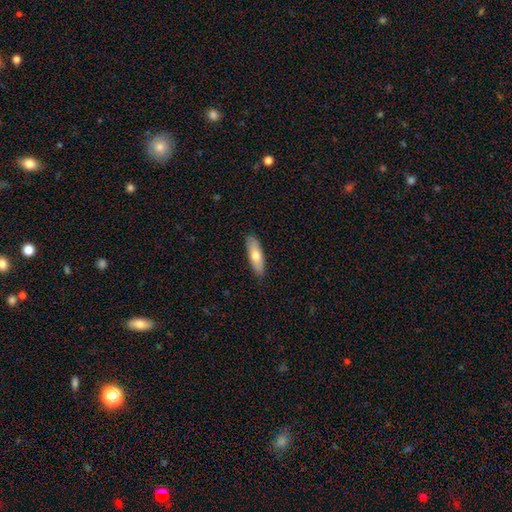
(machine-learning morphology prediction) A smooth galaxy with no disk features (69%) that is in between round and cigar-shaped (54%). Merging: none (86%).